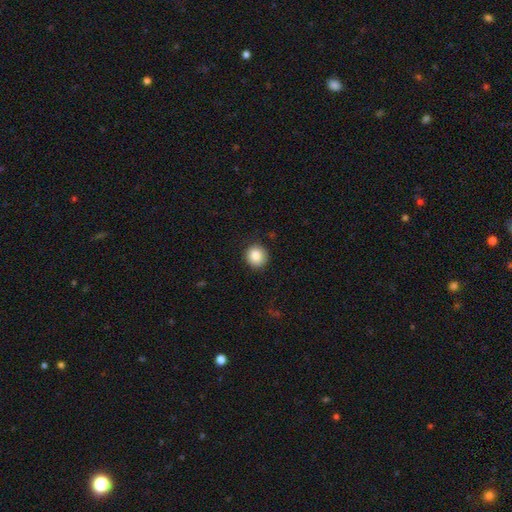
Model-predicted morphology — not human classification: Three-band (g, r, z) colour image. It shows a smooth galaxy with no disk features (87%) that is round (86%). Merging: none (87%).